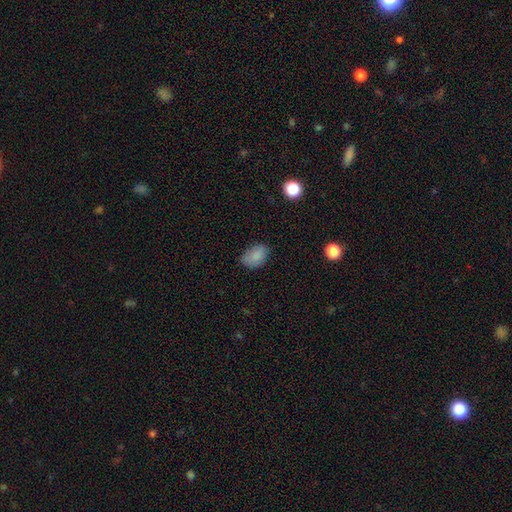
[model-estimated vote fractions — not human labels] Morphology: type=smooth (85%); roundness=in between (86%); merging=none (74%).